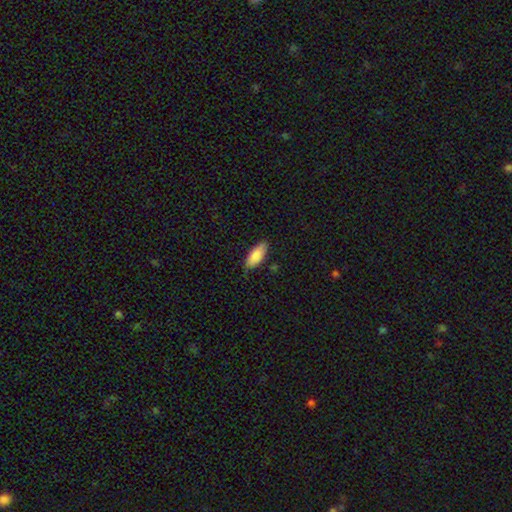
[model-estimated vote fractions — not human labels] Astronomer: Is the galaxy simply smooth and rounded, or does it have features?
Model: smooth — 84%.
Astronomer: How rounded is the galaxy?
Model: in between — 77%.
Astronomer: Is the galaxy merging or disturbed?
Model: none — 74%.